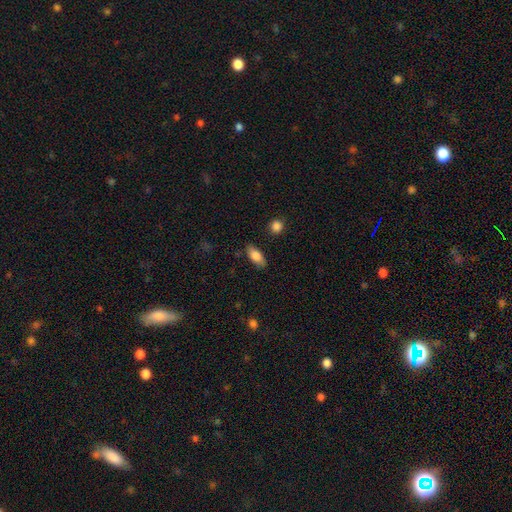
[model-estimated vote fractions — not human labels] A smooth galaxy with no disk features (81%) that is in between round and cigar-shaped (82%). Merging: none (83%).